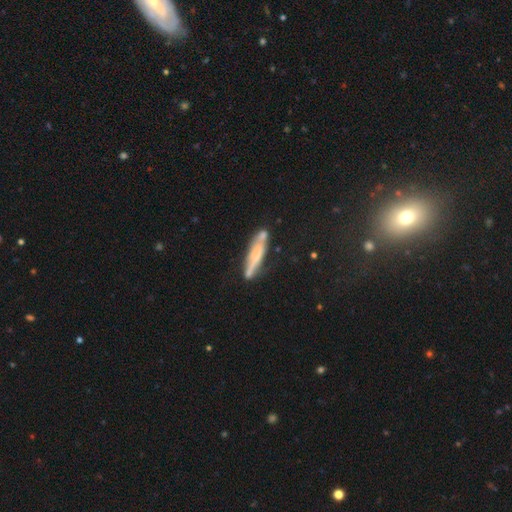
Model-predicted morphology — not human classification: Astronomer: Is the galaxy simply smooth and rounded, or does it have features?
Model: smooth — 49% (runner-up: featured or disk, 42%).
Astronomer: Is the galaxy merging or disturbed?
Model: none — 65%.